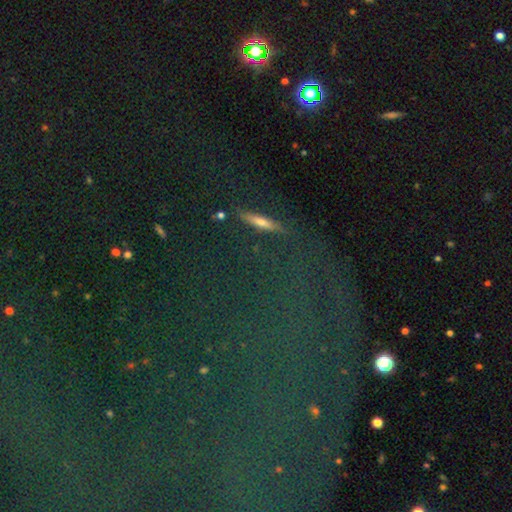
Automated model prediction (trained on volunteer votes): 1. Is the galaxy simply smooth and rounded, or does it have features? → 48% star or artifact, 32% featured or disk, 20% smooth.